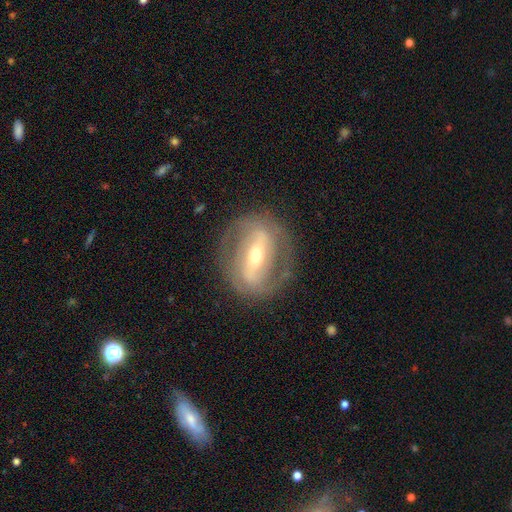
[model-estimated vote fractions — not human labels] A featured or disk galaxy (79%) with a strong bar (65%), spiral arms (68%) and a moderate central bulge (54%). Merging: none (79%).